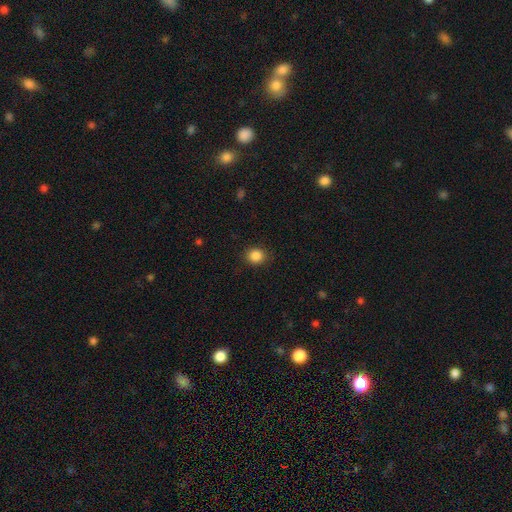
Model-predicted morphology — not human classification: Smooth or featured? smooth (86%)
How rounded? round (78%)
Merging? none (88%)